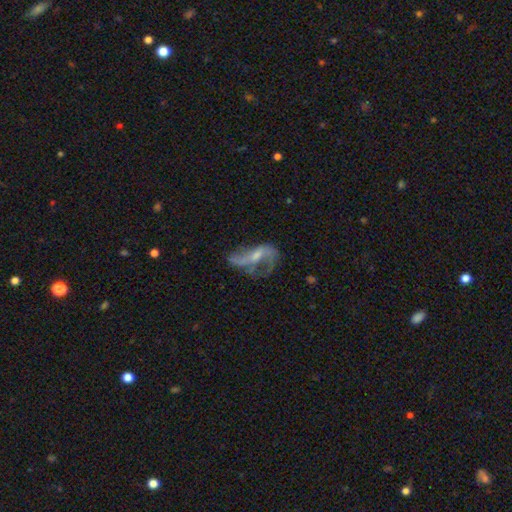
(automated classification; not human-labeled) smooth-or-featured: featured or disk: 76% | smooth: 15% | star or artifact: 9%
  disk-edge-on: no: 94% | yes: 6%
    bar: no: 42% | weak: 36% | strong: 22%
    has-spiral-arms: yes: 83% | no: 17%
      spiral-winding: loose: 73% | medium: 21% | tight: 6%
      spiral-arm-count: 2: 73% | 1: 9% | can't tell: 9% | 3: 5% | 4: 2% | more than 4: 2%
    bulge-size: small: 55% | moderate: 30% | none: 12% | large: 2% | dominant: 1%
  merging: none: 40% | major disturbance: 34% | minor disturbance: 20% | merger: 5%